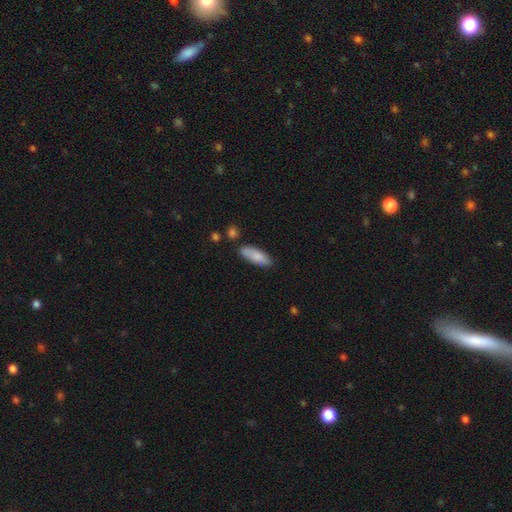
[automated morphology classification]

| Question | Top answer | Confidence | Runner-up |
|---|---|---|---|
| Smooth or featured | smooth | 84% | featured or disk (10%) |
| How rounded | in between | 68% | cigar-shaped (30%) |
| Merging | none | 78% | minor disturbance (15%) |